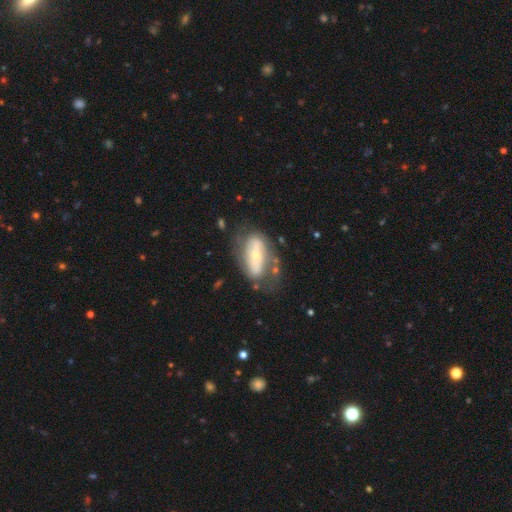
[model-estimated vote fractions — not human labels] This is likely a featured or disk galaxy (65%). It is clearly not viewed edge-on (87%). Bar: possibly strong (47%). Spiral arm pattern: possibly yes (55%). Central bulge: possibly small (57%). Merging: possibly none (57%).